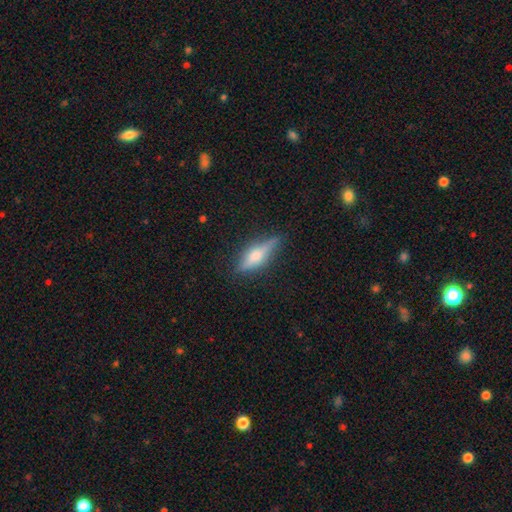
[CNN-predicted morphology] featured or disk 50%, smooth 42%, star or artifact 8%. Down the decision tree: merging — none (78%).